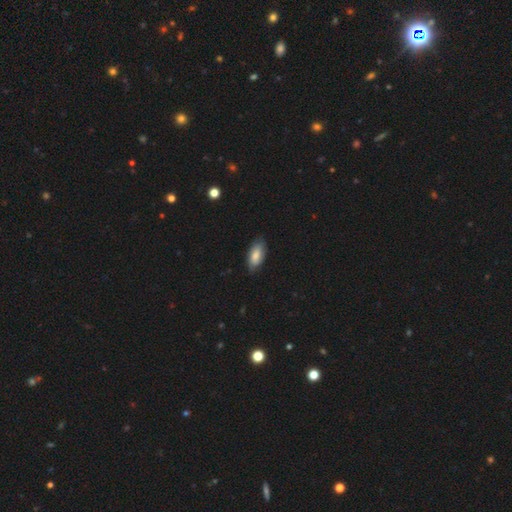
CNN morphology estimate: Smooth or featured: smooth — 77% (featured or disk — 17%)
How rounded: in between — 90% (cigar-shaped — 7%)
Merging: none — 76% (minor disturbance — 20%)